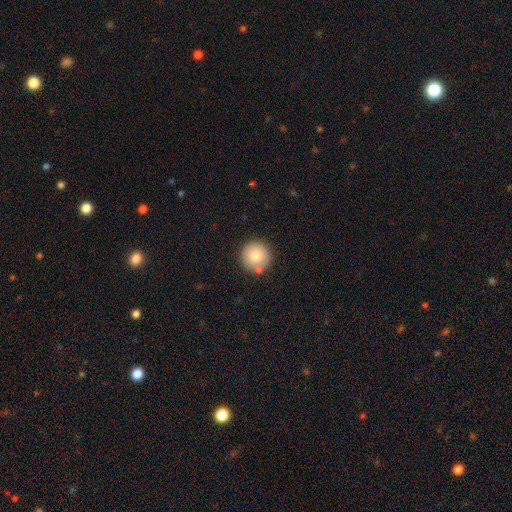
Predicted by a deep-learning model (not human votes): This appears to be a smooth galaxy with no disk features (80%) that is round (95%). Merging: none (81%).